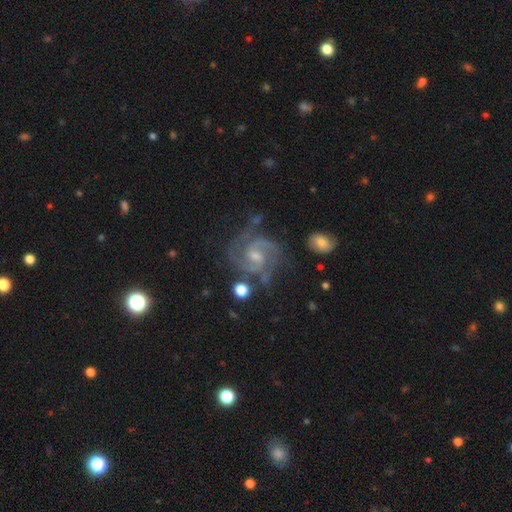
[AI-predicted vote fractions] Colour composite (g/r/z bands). It shows a featured or disk galaxy (89%) with a weak bar (57%), 2 (78%) medium (52%) spiral arms (98%) and a small central bulge (52%). Merging: none (66%).